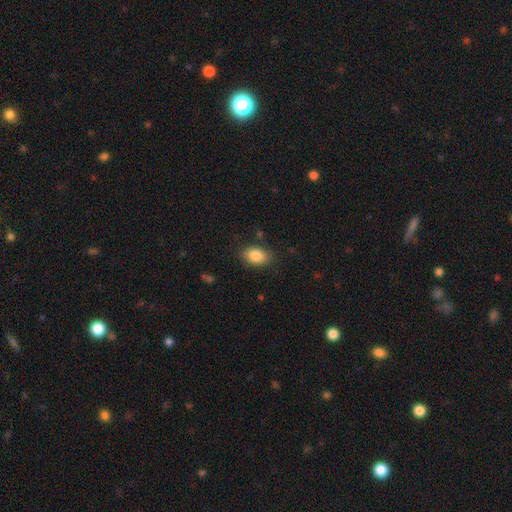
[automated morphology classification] smooth_or_featured: smooth (p=0.85) [alt: star or artifact p=0.08]
how_rounded: in between (p=0.87) [alt: round p=0.11]
merging: none (p=0.83) [alt: minor disturbance p=0.12]